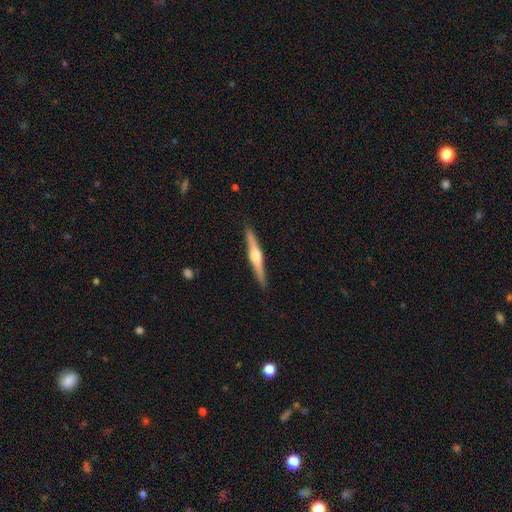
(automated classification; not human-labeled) Q: Smooth or featured?
A: featured or disk (71%); runner-up: smooth (24%)
Q: Edge-on disk?
A: yes (98%); runner-up: no (2%)
Q: Edge-on bulge?
A: rounded (91%); runner-up: boxy (5%)
Q: Merging?
A: none (91%); runner-up: minor disturbance (7%)